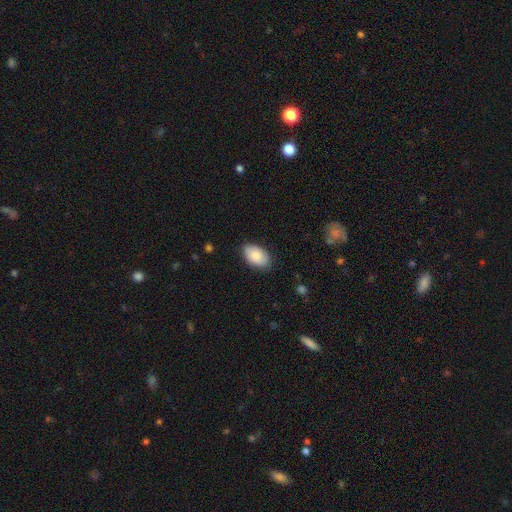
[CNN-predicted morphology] smooth-or-featured: smooth: 87% | featured or disk: 7% | star or artifact: 6%
  how-rounded: in between: 94% | round: 5% | cigar-shaped: 1%
  merging: none: 83% | minor disturbance: 13% | major disturbance: 3% | merger: 1%